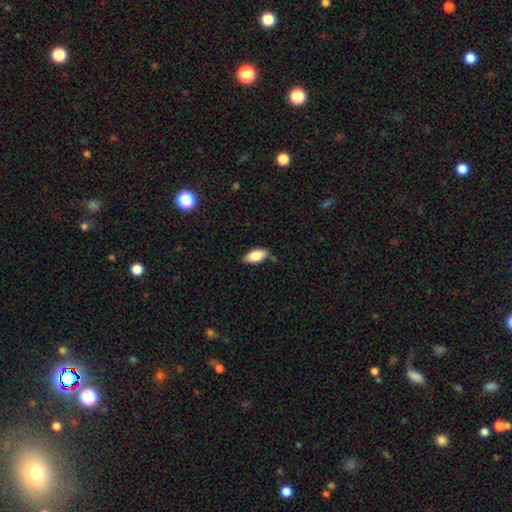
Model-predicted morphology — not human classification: Smooth or featured? smooth (80%)
How rounded? in between (90%)
Merging? none (77%)